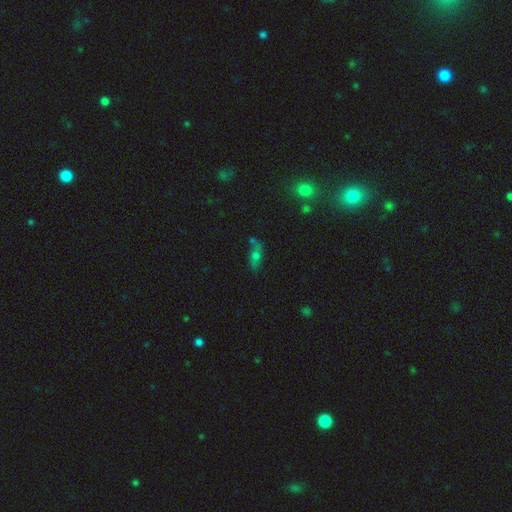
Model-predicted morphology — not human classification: smooth-or-featured: smooth: 42% | featured or disk: 37% | star or artifact: 21%
  merging: none: 51% | minor disturbance: 20% | merger: 16% | major disturbance: 13%